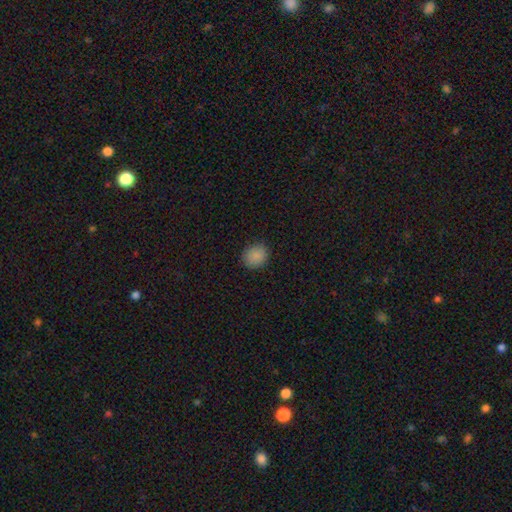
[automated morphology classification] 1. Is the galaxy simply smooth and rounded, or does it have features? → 87% smooth, 10% star or artifact, 3% featured or disk.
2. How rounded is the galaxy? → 75% round, 24% in between, 1% cigar-shaped.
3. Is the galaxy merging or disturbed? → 89% none, 8% minor disturbance, 2% major disturbance, 1% merger.